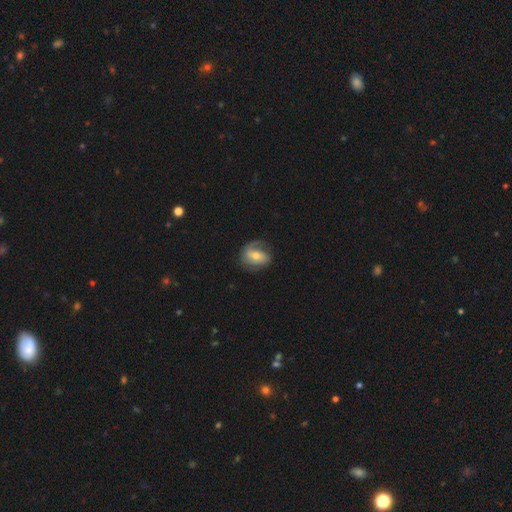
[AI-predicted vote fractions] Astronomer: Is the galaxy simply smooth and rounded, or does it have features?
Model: featured or disk — 68%.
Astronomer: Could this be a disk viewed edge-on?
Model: no — 97%.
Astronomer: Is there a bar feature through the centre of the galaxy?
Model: no — 44% (runner-up: weak, 37%).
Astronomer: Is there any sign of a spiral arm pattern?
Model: yes — 88%.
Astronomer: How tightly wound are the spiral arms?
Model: medium — 42% (runner-up: tight, 30%).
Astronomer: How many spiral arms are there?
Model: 2 — 57%.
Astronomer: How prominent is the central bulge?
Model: moderate — 58% (runner-up: small, 35%).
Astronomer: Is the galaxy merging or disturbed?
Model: none — 63%.